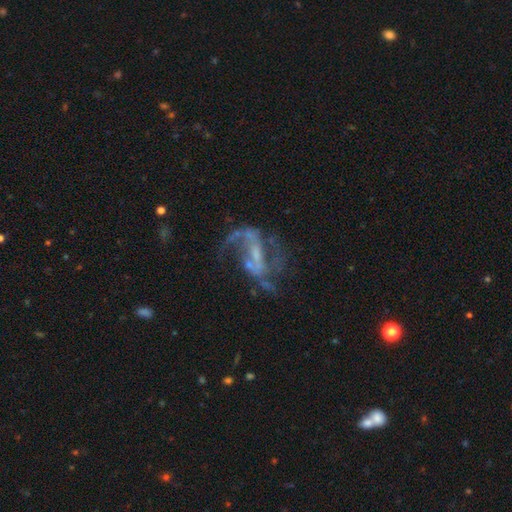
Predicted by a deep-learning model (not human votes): smooth-or-featured: featured or disk: 80% | star or artifact: 11% | smooth: 9%
  disk-edge-on: no: 95% | yes: 5%
    bar: weak: 40% | strong: 33% | no: 26%
    has-spiral-arms: yes: 78% | no: 22%
      spiral-winding: loose: 61% | medium: 30% | tight: 9%
      spiral-arm-count: 2: 66% | 1: 15% | can't tell: 12% | 3: 4% | 4: 2% | more than 4: 2%
    bulge-size: small: 45% | none: 32% | moderate: 19% | large: 3% | dominant: 1%
  merging: none: 41% | major disturbance: 36% | minor disturbance: 16% | merger: 7%